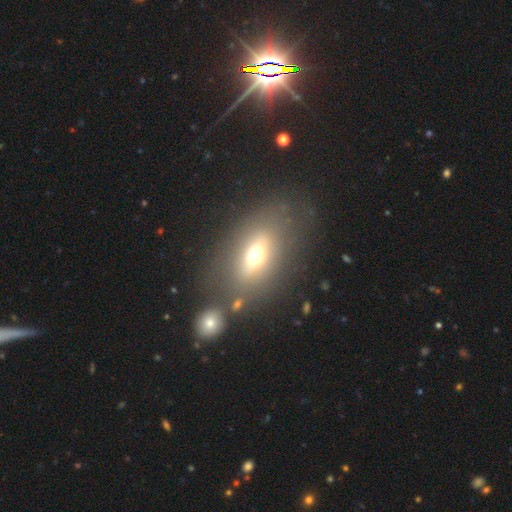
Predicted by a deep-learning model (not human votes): This is likely a smooth galaxy (62%). How rounded: likely in between (77%). Merging: likely none (68%).